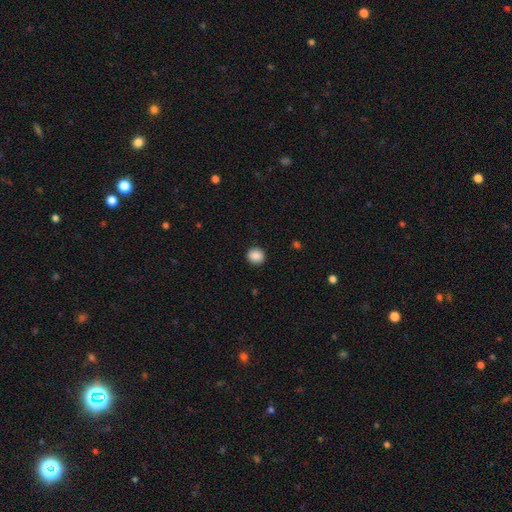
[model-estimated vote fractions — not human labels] A smooth galaxy with no disk features (88%) that is round (89%).

Vote fractions:
- Smooth or featured? smooth: 88% / star or artifact: 9% / featured or disk: 3%
- How rounded? round: 89% / in between: 10% / cigar-shaped: 1%
- Merging? none: 92% / minor disturbance: 5% / major disturbance: 2% / merger: 1%